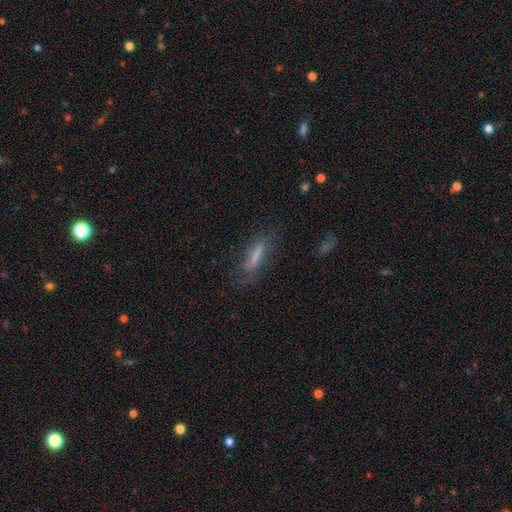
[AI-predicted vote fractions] Smooth or featured? smooth (56%)
How rounded? cigar-shaped (71%)
Merging? none (60%)